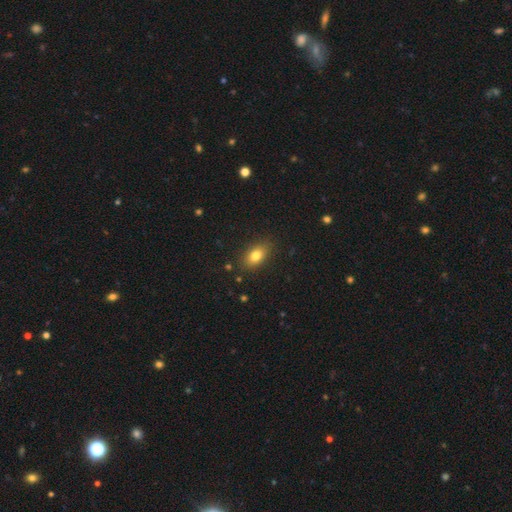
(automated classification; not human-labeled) Smooth or featured? smooth (80%)
How rounded? in between (84%)
Merging? none (86%)